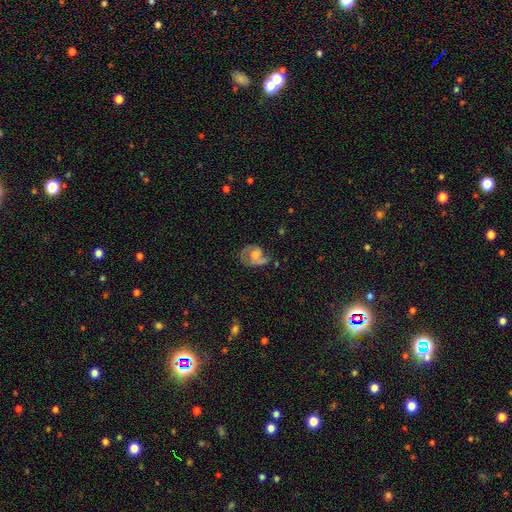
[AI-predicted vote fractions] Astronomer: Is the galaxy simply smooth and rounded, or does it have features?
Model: featured or disk — 66%.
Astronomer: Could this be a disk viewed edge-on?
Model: no — 98%.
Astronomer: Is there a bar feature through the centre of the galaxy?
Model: no — 66%.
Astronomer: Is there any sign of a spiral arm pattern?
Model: yes — 84%.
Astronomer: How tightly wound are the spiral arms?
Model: medium — 45% (runner-up: loose, 28%).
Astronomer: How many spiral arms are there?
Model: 2 — 64%.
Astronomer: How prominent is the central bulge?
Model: none — 32% (runner-up: moderate, 27%).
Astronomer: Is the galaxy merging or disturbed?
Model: none — 46% (runner-up: minor disturbance, 26%).